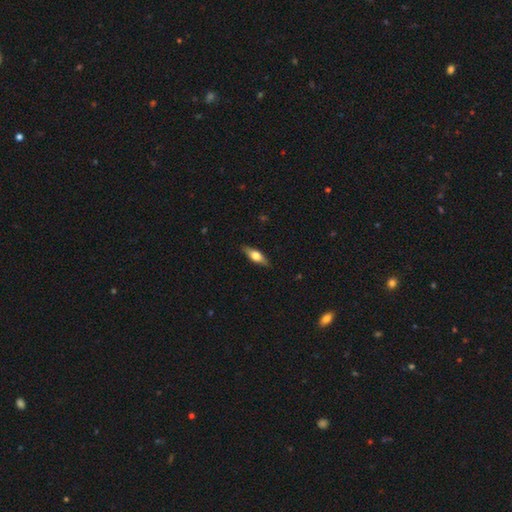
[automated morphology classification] This is possibly a smooth galaxy (47%, tied with featured or disk). Merging: clearly none (85%).